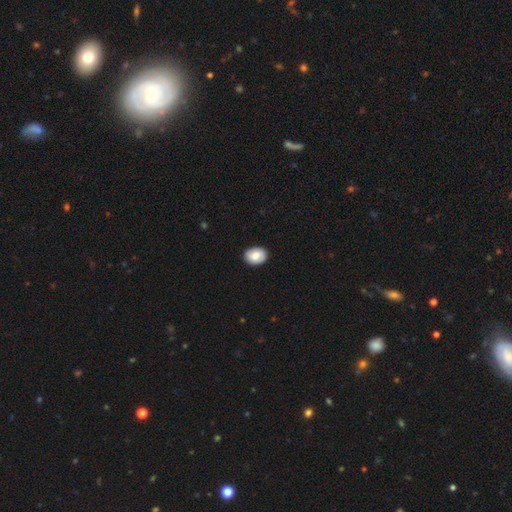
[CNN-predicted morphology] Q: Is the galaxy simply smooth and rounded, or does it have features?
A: smooth — 82%.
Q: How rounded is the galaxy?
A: in between — 69%.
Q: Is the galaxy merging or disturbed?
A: none — 89%.